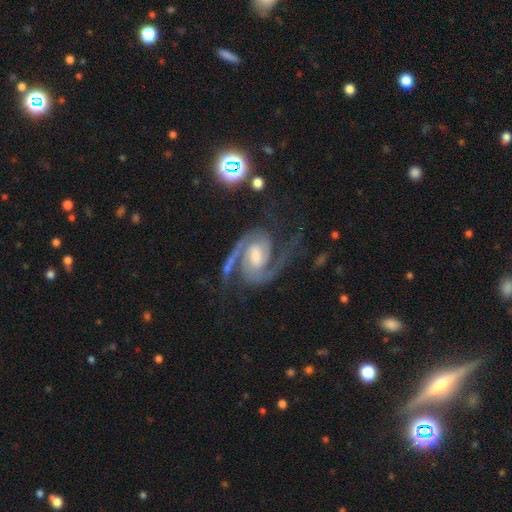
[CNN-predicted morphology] type=featured or disk (92%); edge-on=no (98%); bar=weak (46%); spiral arms=yes (98%); winding=medium (59%); arm count=2 (91%); bulge=moderate (46%); merging=none (66%).